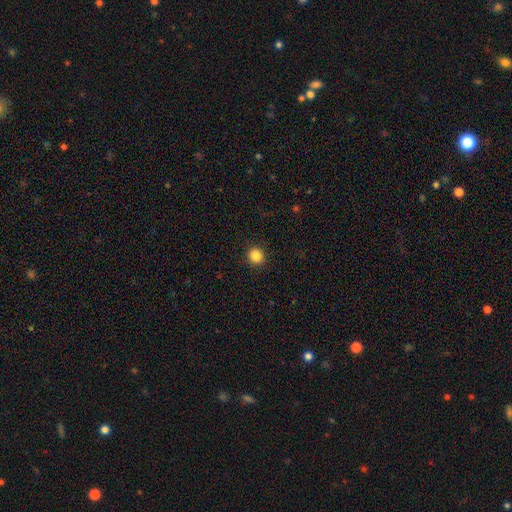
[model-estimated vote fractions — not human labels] Overall: smooth (86%). How rounded: round (82%). Merging: none (92%).